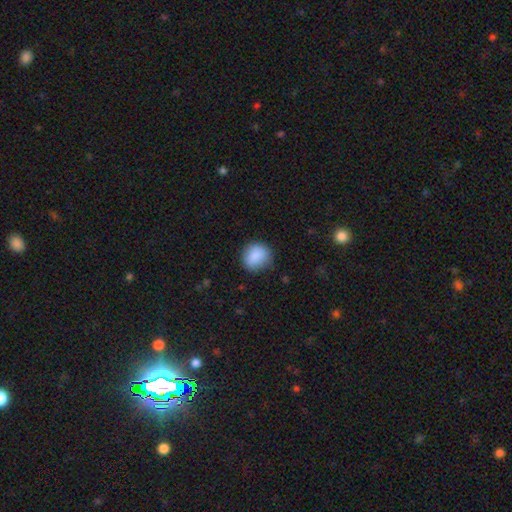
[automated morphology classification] A smooth galaxy with no disk features (88%) that is round (77%). Merging: none (78%).